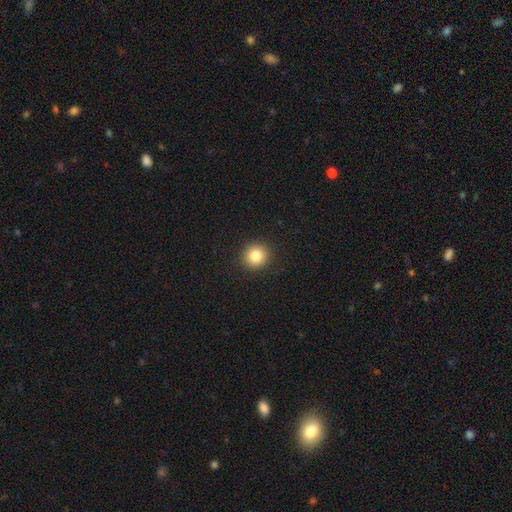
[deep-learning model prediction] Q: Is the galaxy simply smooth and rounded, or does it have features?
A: smooth — 83%.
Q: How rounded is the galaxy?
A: round — 92%.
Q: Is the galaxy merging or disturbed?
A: none — 92%.